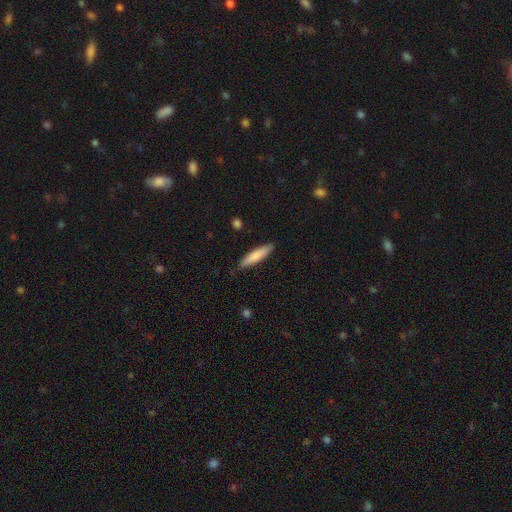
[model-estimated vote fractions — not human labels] smooth_or_featured: smooth (p=0.79) [alt: featured or disk p=0.16]
how_rounded: cigar-shaped (p=0.82) [alt: in between p=0.16]
merging: none (p=0.85) [alt: minor disturbance p=0.12]